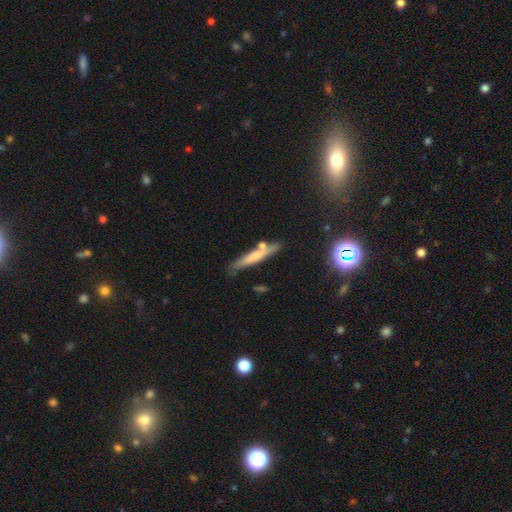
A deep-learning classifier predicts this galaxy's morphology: smooth-or-featured: smooth: 56% | featured or disk: 37% | star or artifact: 7%
  how-rounded: cigar-shaped: 91% | in between: 8% | round: 2%
  merging: none: 68% | minor disturbance: 17% | merger: 11% | major disturbance: 4%